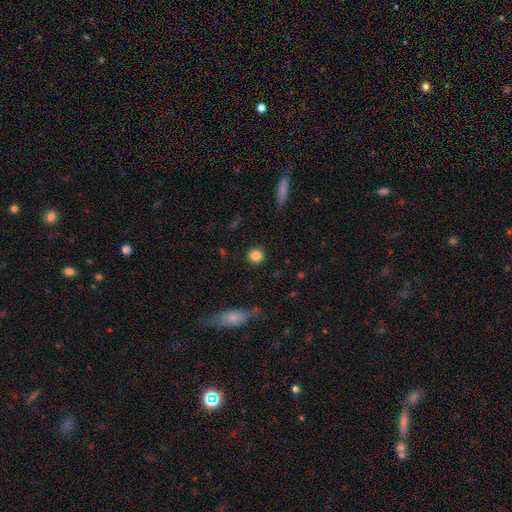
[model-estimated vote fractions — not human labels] This is clearly a smooth galaxy (85%). How rounded: clearly round (90%). Merging: clearly none (89%).